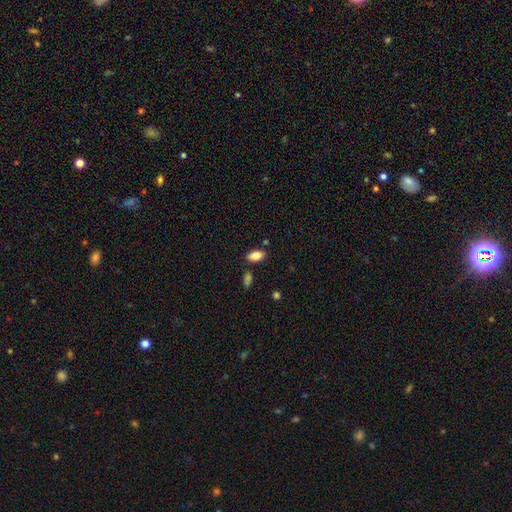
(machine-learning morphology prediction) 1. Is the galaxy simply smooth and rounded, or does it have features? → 84% smooth, 9% featured or disk, 8% star or artifact.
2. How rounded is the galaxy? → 92% in between, 4% cigar-shaped, 4% round.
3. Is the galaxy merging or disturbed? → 83% none, 10% minor disturbance, 5% merger, 2% major disturbance.